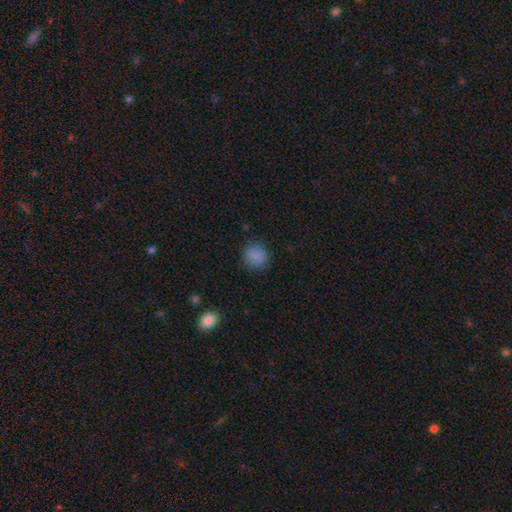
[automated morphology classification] type=smooth (85%); roundness=round (84%); merging=none (83%).